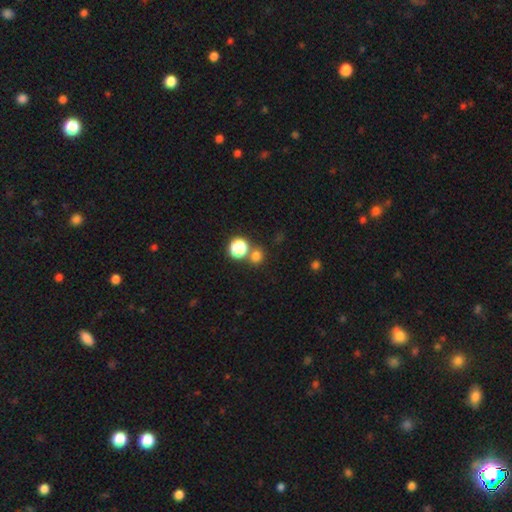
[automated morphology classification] The model was most divided on "merging": none: 68%, merger: 22%, minor disturbance: 7%, major disturbance: 3%. More confident: how rounded — round (86%); smooth or featured — smooth (73%).